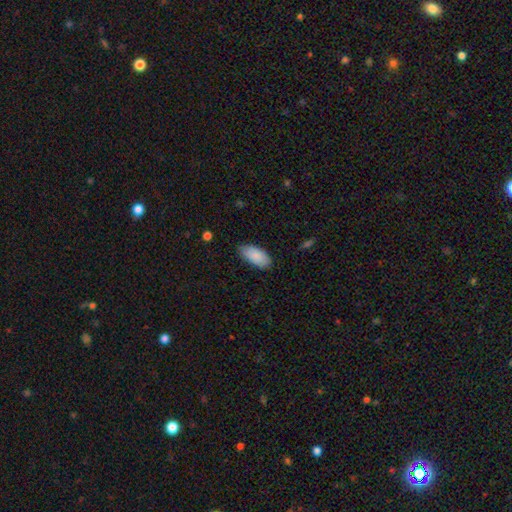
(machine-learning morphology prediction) smooth-or-featured: smooth: 87% | featured or disk: 7% | star or artifact: 6%
  how-rounded: in between: 92% | cigar-shaped: 6% | round: 2%
  merging: none: 78% | minor disturbance: 18% | major disturbance: 3% | merger: 1%